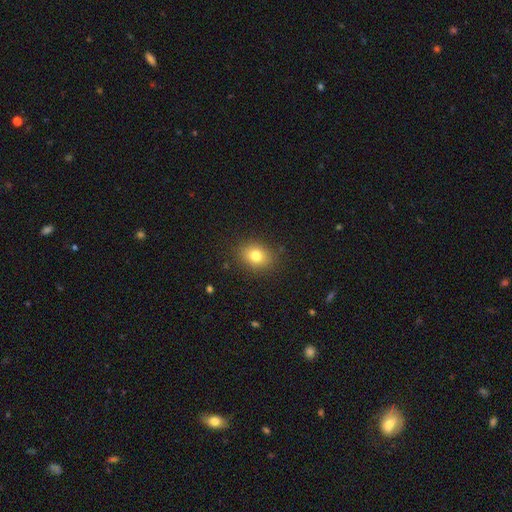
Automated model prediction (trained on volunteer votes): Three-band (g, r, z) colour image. It shows a smooth galaxy with no disk features (79%) that is in between round and cigar-shaped (51%). Merging: none (86%).